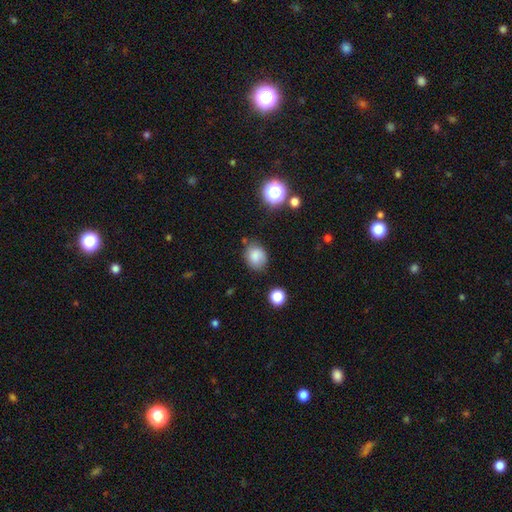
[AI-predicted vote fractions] This is clearly a smooth galaxy (80%). How rounded: possibly round (50%). Merging: likely none (70%).